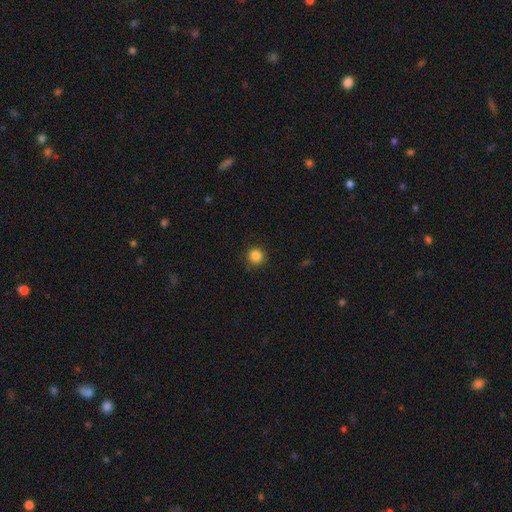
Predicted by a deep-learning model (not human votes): Smooth or featured? Predicted: smooth (p=0.85). How rounded? Predicted: round (p=0.94). Merging? Predicted: none (p=0.90).